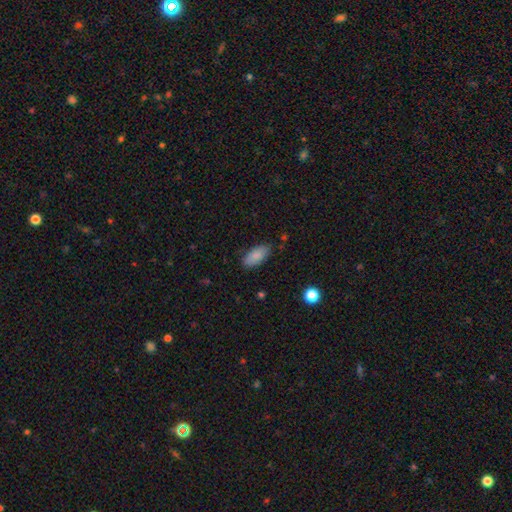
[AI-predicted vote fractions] Smooth or featured: smooth — 86% (star or artifact — 7%)
How rounded: in between — 90% (cigar-shaped — 8%)
Merging: none — 81% (minor disturbance — 15%)